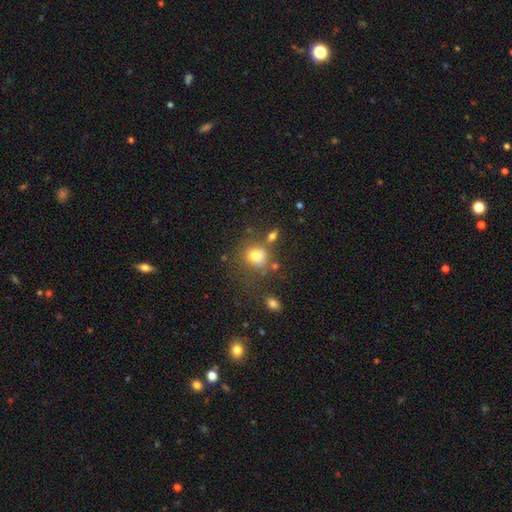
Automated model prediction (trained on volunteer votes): This is likely a smooth galaxy (74%). How rounded: likely round (72%). Merging: possibly none (57%).